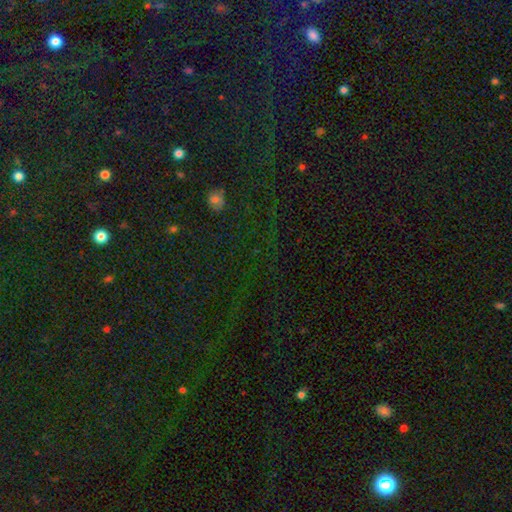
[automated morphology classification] The model was most divided on "smooth or featured": star or artifact: 73%, smooth: 18%, featured or disk: 9%.